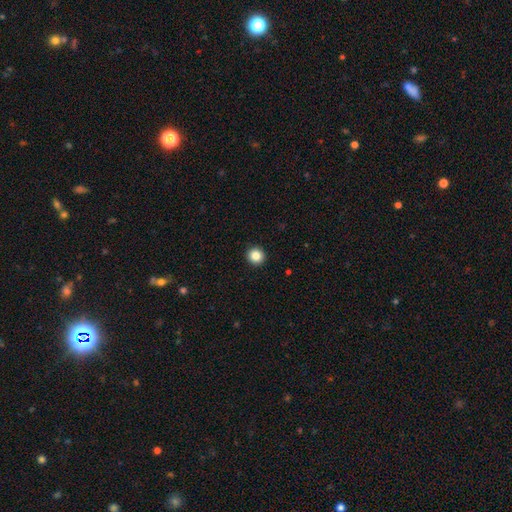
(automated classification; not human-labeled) A smooth galaxy with no disk features (85%) that is round (93%). Merging: none (94%).